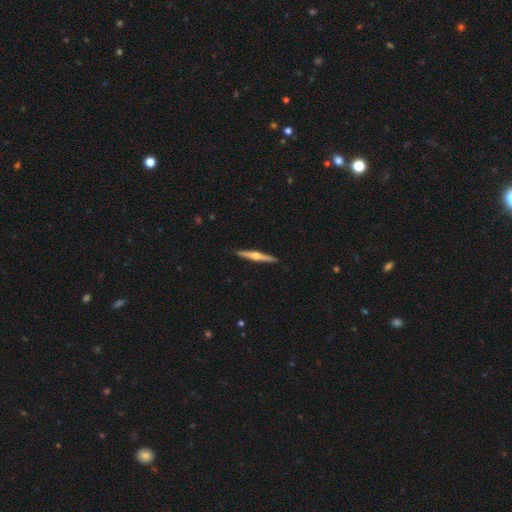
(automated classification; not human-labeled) smooth-or-featured: featured or disk: 68% | smooth: 28% | star or artifact: 5%
  disk-edge-on: yes: 98% | no: 2%
    edge-on-bulge: rounded: 93% | none: 4% | boxy: 3%
  merging: none: 92% | minor disturbance: 6% | major disturbance: 1% | merger: 1%